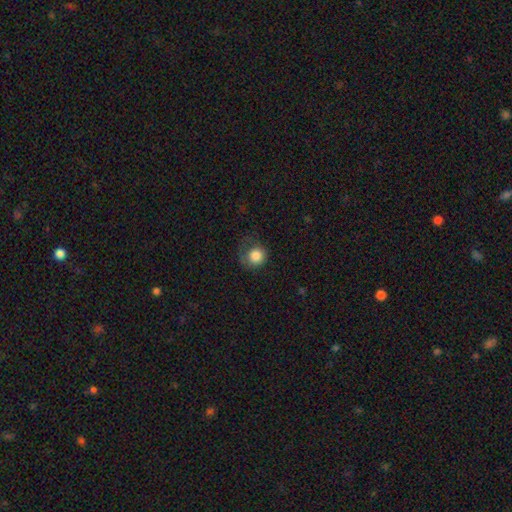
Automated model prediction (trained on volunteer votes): Overall: smooth (83%). How rounded: round (88%). Merging: none (51%; minor disturbance 25%).